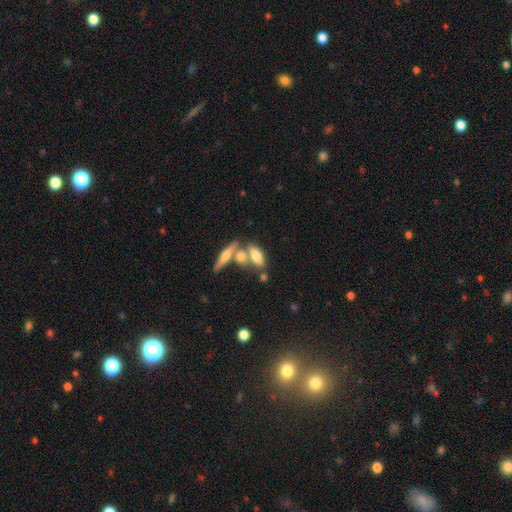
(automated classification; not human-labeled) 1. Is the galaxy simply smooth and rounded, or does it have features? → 67% smooth, 25% featured or disk, 8% star or artifact.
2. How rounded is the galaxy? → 68% in between, 28% cigar-shaped, 4% round.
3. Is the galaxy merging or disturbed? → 43% none, 42% merger, 10% minor disturbance, 4% major disturbance.